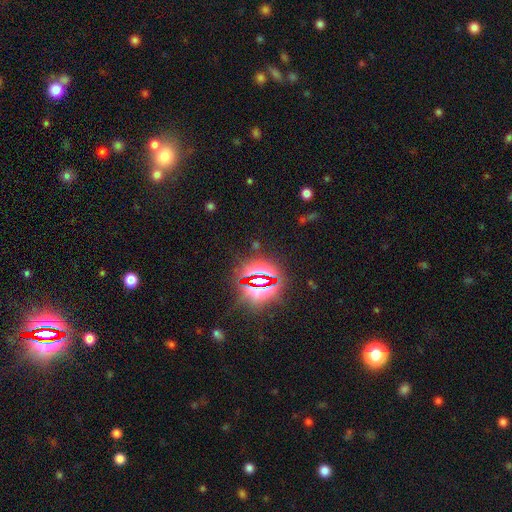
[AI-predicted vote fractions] smooth-or-featured: star or artifact: 81% | smooth: 12% | featured or disk: 8%